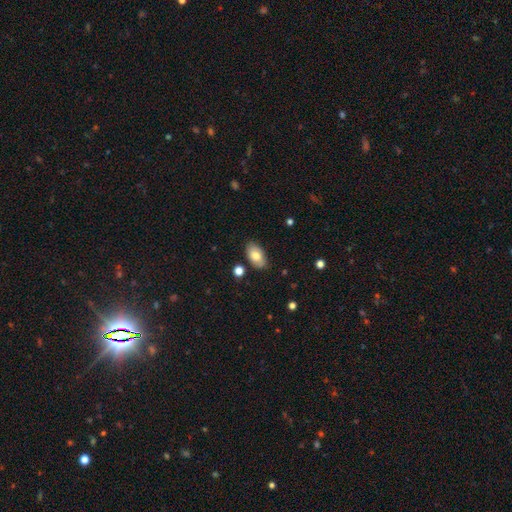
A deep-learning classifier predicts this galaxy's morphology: The model was most divided on "smooth or featured": smooth: 77%, featured or disk: 16%, star or artifact: 7%. More confident: how rounded — in between (93%); merging — none (83%).